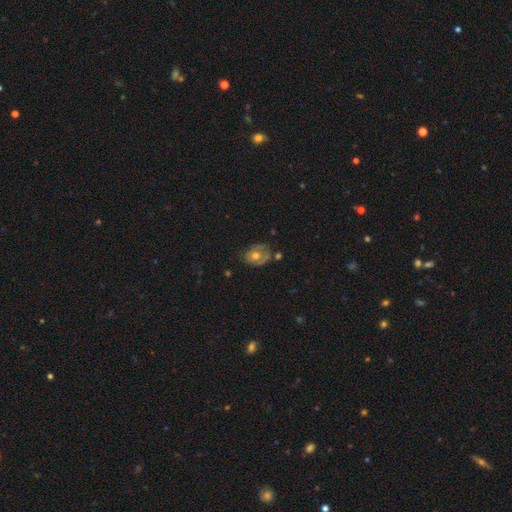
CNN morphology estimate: smooth 49%, featured or disk 41%, star or artifact 10%. Down the decision tree: merging — none (49%).